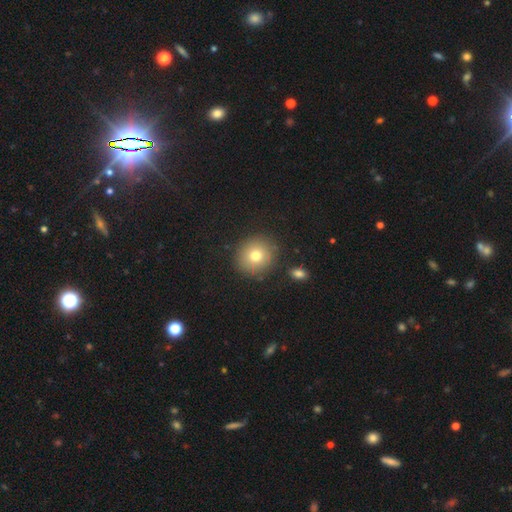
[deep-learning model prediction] Overall: smooth (75%). How rounded: round (87%). Merging: none (86%).